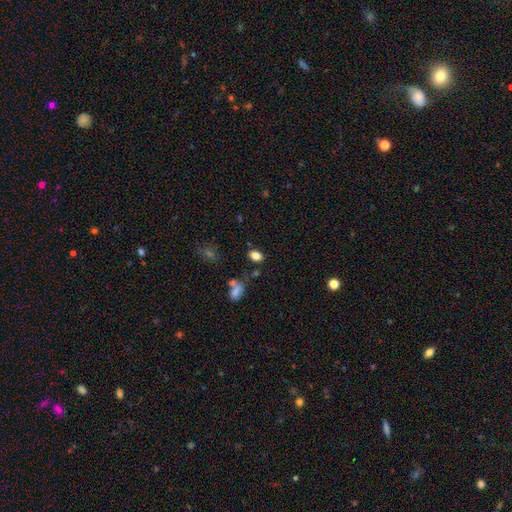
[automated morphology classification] Smooth or featured? Predicted: smooth (p=0.82). How rounded? Predicted: in between (p=0.82). Merging? Predicted: none (p=0.78).